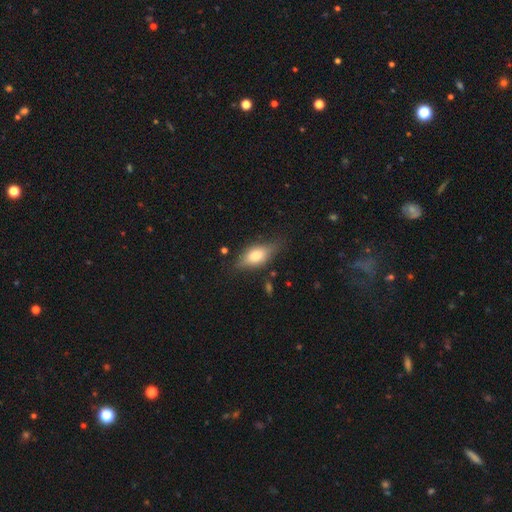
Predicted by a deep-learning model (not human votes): Smooth or featured: smooth — 64% (featured or disk — 29%)
How rounded: in between — 81% (cigar-shaped — 14%)
Merging: none — 70% (minor disturbance — 22%)